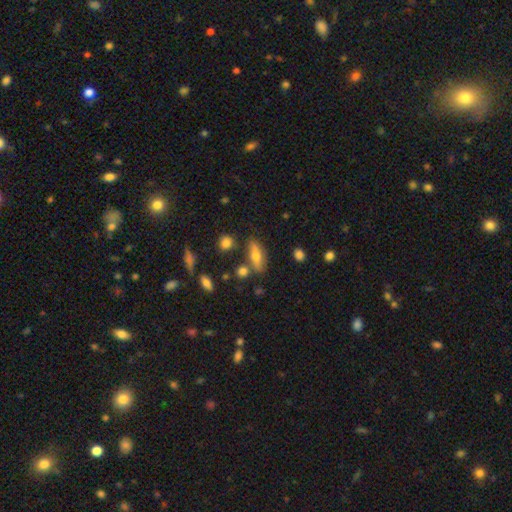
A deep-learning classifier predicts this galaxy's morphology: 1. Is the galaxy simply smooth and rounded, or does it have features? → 61% smooth, 30% featured or disk, 9% star or artifact.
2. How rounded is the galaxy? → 59% in between, 37% cigar-shaped, 4% round.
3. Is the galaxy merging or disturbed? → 73% none, 15% minor disturbance, 8% merger, 4% major disturbance.